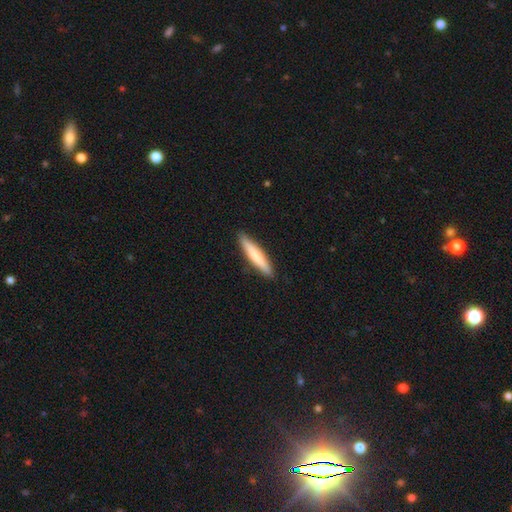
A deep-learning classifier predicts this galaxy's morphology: Q: Smooth or featured?
A: smooth (74%); runner-up: featured or disk (21%)
Q: How rounded?
A: cigar-shaped (91%); runner-up: in between (8%)
Q: Merging?
A: none (91%); runner-up: minor disturbance (7%)